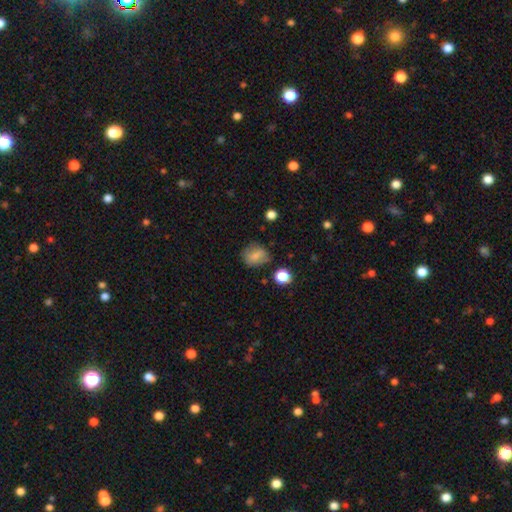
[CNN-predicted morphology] smooth 76%, featured or disk 14%, star or artifact 11%. Down the decision tree: how rounded — in between (50%); merging — none (69%).